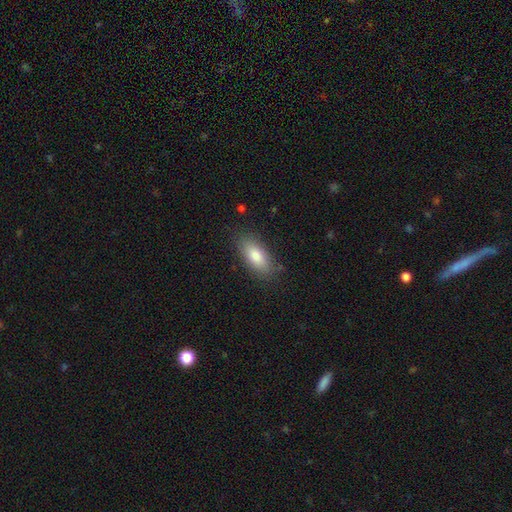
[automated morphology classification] This appears to be a smooth galaxy with no disk features (81%) that is in between round and cigar-shaped (84%). Merging: none (83%).